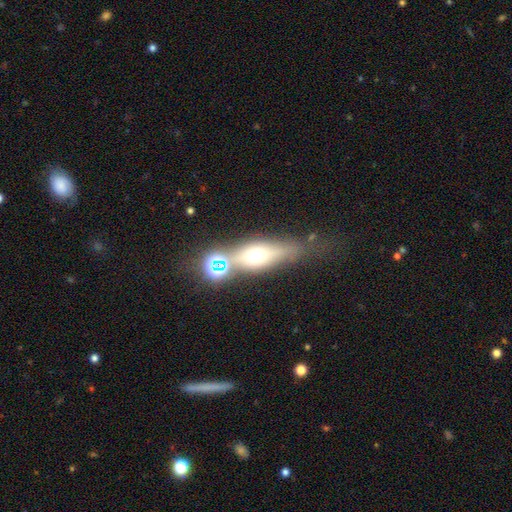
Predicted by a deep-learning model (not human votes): Smooth or featured?
  - featured or disk: 44% *
  - smooth: 41%
  - star or artifact: 15%
Merging?
  - none: 63% *
  - minor disturbance: 17%
  - merger: 12%
  - major disturbance: 8%